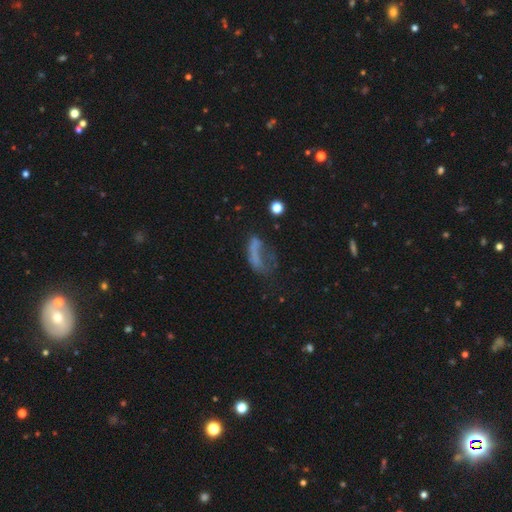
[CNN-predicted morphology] The model was most divided on "smooth or featured": smooth: 45%, featured or disk: 38%, star or artifact: 18%. Remaining: merging — major disturbance (47%).